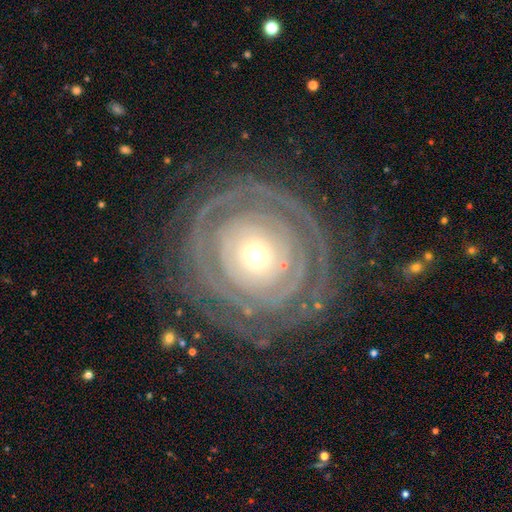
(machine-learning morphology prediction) Smooth or featured?
  - featured or disk: 80% *
  - smooth: 14%
  - star or artifact: 6%
Edge-on disk?
  - no: 95% *
  - yes: 5%
Bar?
  - no: 85% *
  - weak: 9%
  - strong: 6%
Spiral arms?
  - yes: 71% *
  - no: 29%
Spiral winding?
  - tight: 84% *
  - medium: 10%
  - loose: 5%
Spiral arm count?
  - can't tell: 45% *
  - 2: 16%
  - 3: 11%
  - more than 4: 11%
  - 4: 9%
  - 1: 8%
Bulge size?
  - small: 49% *
  - moderate: 43%
  - large: 5%
  - dominant: 2%
  - none: 1%
Merging?
  - none: 75% *
  - minor disturbance: 14%
  - major disturbance: 9%
  - merger: 1%